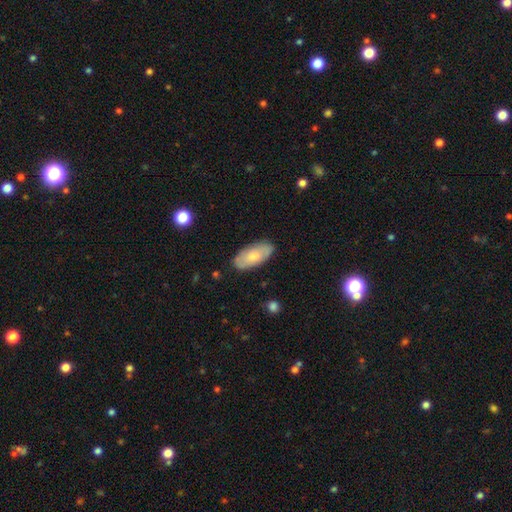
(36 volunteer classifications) smooth-or-featured: smooth: 61% | featured or disk: 39% | star or artifact: 0%
  how-rounded: in between: 100% | round: 0% | cigar-shaped: 0%
  merging: none: 89% | minor disturbance: 8% | major disturbance: 3% | merger: 0%